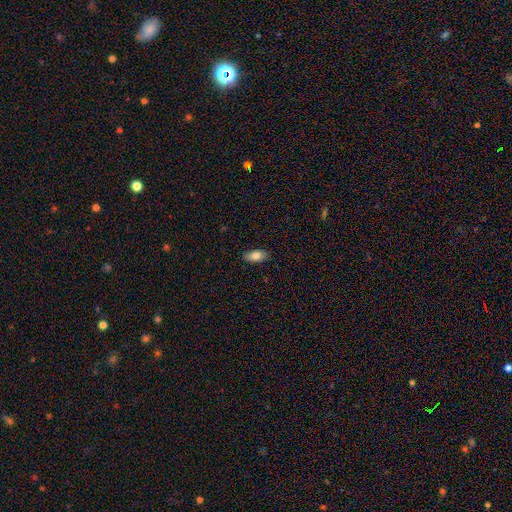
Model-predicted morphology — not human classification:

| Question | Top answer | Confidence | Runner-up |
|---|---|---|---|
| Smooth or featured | smooth | 84% | featured or disk (9%) |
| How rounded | in between | 90% | cigar-shaped (6%) |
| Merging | none | 87% | minor disturbance (10%) |